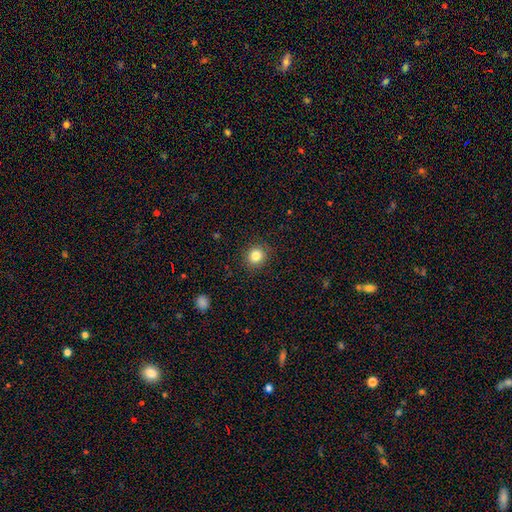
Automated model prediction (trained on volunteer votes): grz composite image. It shows a smooth galaxy with no disk features (83%) that is round (87%). Merging: none (89%).